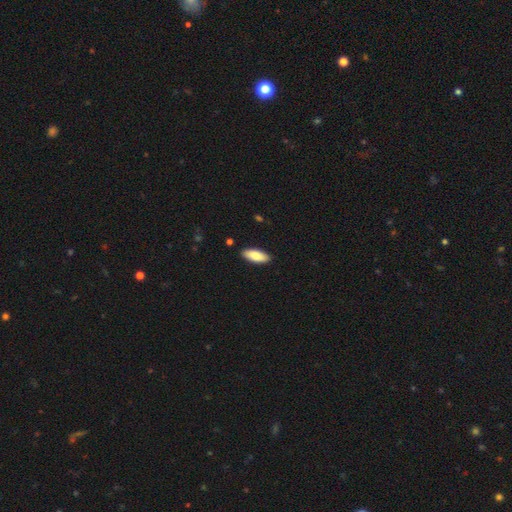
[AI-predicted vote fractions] A smooth galaxy with no disk features (82%) that is in between round and cigar-shaped (80%). Merging: none (89%).